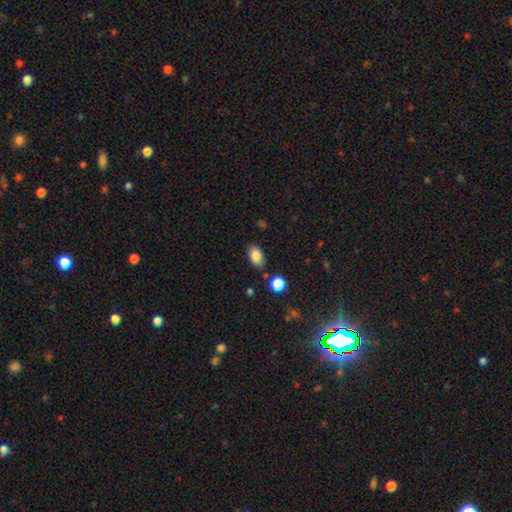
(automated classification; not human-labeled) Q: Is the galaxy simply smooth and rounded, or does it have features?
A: smooth — 85%.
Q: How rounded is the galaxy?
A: in between — 90%.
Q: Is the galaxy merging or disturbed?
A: none — 82%.